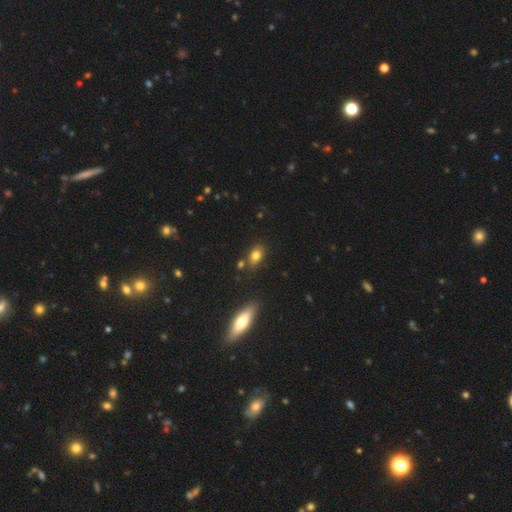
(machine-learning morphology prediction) smooth-or-featured: smooth: 79% | star or artifact: 11% | featured or disk: 10%
  how-rounded: in between: 71% | round: 24% | cigar-shaped: 4%
  merging: none: 71% | minor disturbance: 16% | merger: 9% | major disturbance: 4%